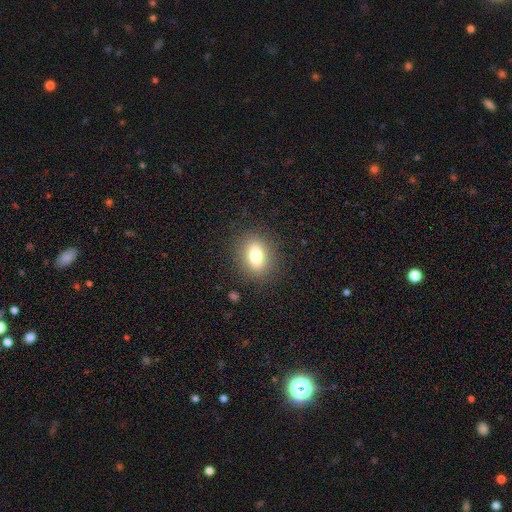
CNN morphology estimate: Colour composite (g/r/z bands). It shows a smooth galaxy with no disk features (76%) that is in between round and cigar-shaped (68%). Merging: none (86%).